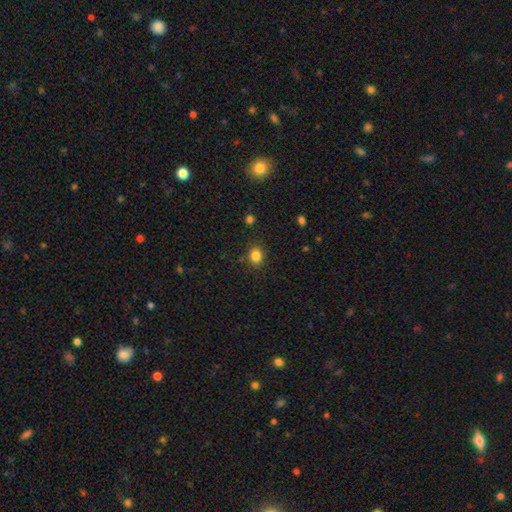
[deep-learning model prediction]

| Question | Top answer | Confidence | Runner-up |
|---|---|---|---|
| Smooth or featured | smooth | 84% | star or artifact (12%) |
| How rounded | round | 67% | in between (32%) |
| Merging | none | 85% | minor disturbance (10%) |